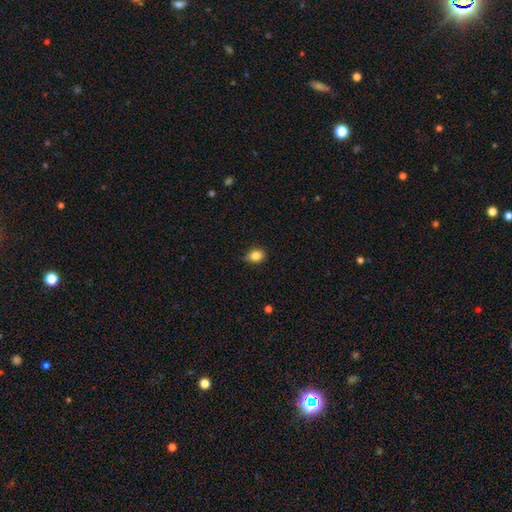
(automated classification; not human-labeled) Overall: smooth (84%). How rounded: round (58%; in between 41%). Merging: none (75%).